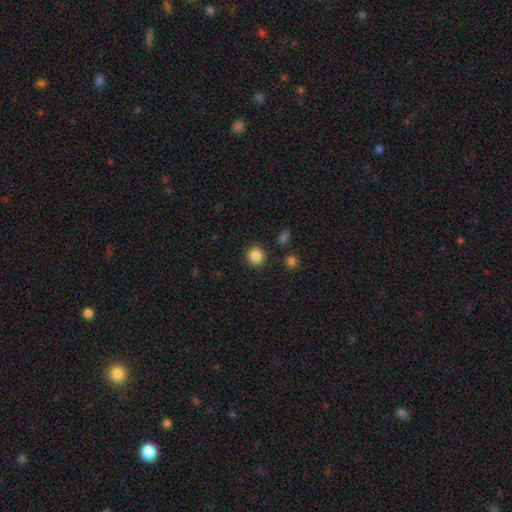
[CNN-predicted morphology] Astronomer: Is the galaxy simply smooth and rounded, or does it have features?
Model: smooth — 86%.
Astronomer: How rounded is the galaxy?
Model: round — 90%.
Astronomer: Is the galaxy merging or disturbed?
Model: none — 89%.